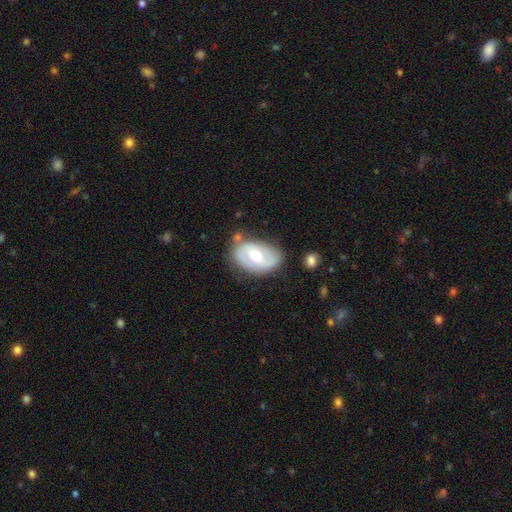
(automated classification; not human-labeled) smooth-or-featured: featured or disk: 68% | smooth: 27% | star or artifact: 5%
  disk-edge-on: no: 95% | yes: 5%
    bar: weak: 48% | no: 31% | strong: 21%
    has-spiral-arms: yes: 69% | no: 31%
    bulge-size: moderate: 74% | large: 12% | small: 12% | none: 1% | dominant: 1%
  merging: none: 69% | minor disturbance: 21% | major disturbance: 6% | merger: 4%